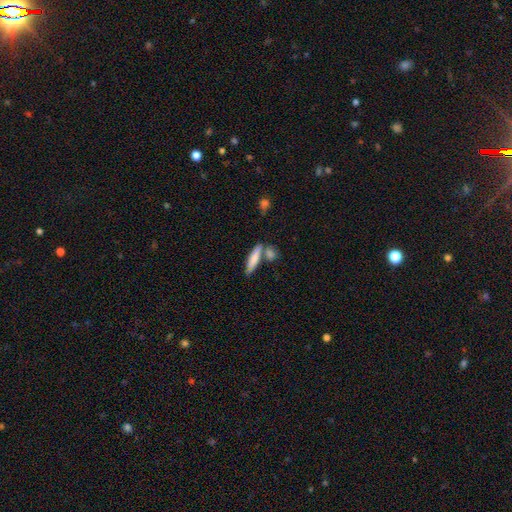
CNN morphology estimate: smooth 74%, featured or disk 19%, star or artifact 7%. Down the decision tree: how rounded — cigar-shaped (73%); merging — none (60%).